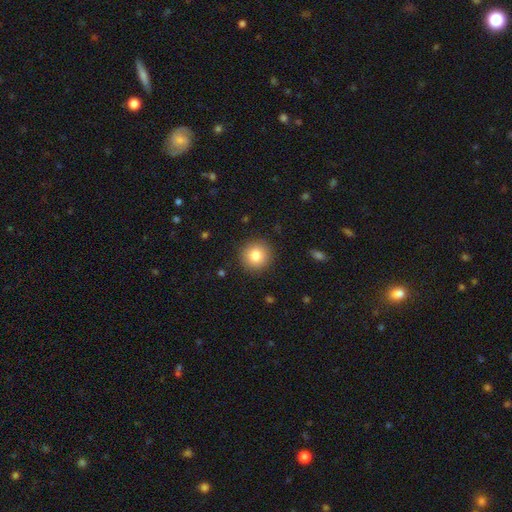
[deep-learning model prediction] The model was most divided on "smooth or featured": smooth: 81%, star or artifact: 10%, featured or disk: 9%. More confident: how rounded — round (94%); merging — none (91%).